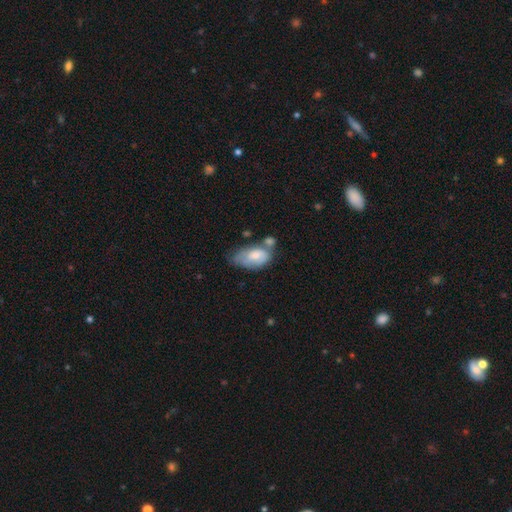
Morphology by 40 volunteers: Volunteers were most divided on "merging": merger: 40%, none: 28%, minor disturbance: 22%, major disturbance: 10%. More confident: how rounded — in between (92%); smooth or featured — smooth (60%).